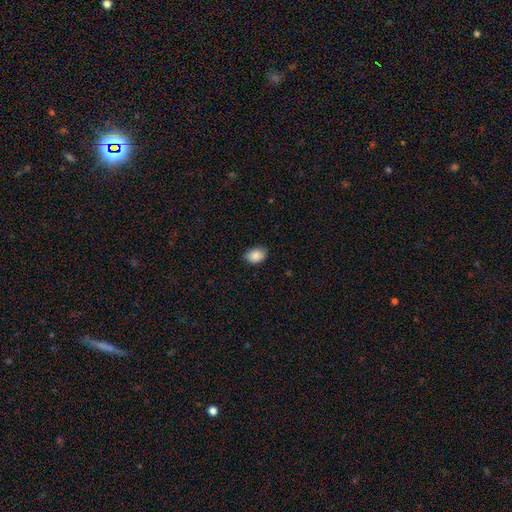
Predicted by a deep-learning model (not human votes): smooth 88%, star or artifact 7%, featured or disk 5%. Down the decision tree: how rounded — in between (80%); merging — none (81%).